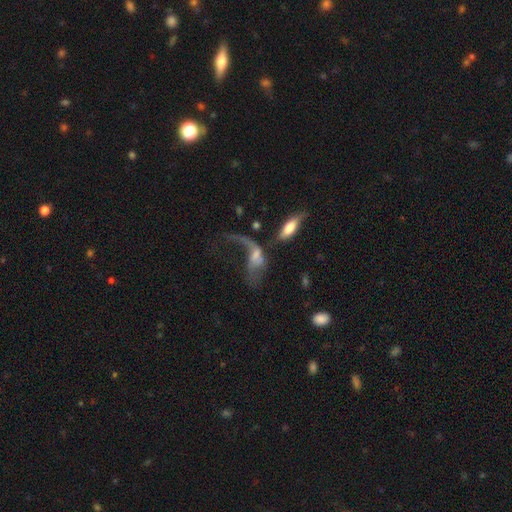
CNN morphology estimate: Q: Smooth or featured?
A: featured or disk (57%); runner-up: smooth (32%)
Q: Edge-on disk?
A: no (90%); runner-up: yes (10%)
Q: Bar?
A: no (63%); runner-up: weak (28%)
Q: Spiral arms?
A: yes (58%); runner-up: no (42%)
Q: Bulge size?
A: small (32%); runner-up: moderate (29%)
Q: Merging?
A: major disturbance (41%); runner-up: merger (34%)